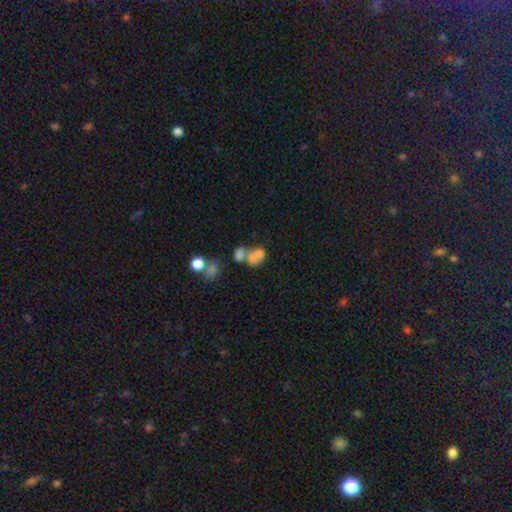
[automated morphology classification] smooth 64%, featured or disk 24%, star or artifact 12%. Down the decision tree: how rounded — in between (62%); merging — merger (63%).